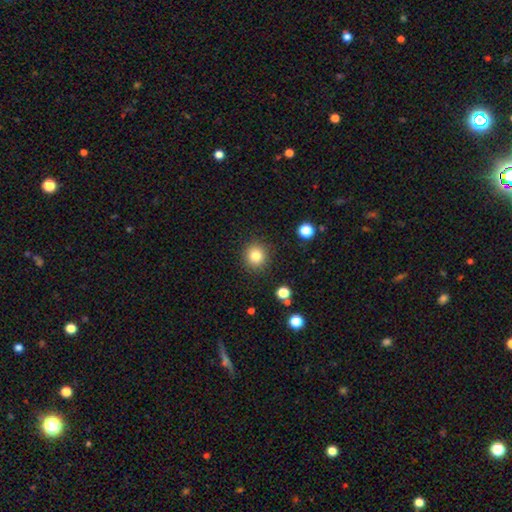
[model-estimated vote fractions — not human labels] Q: Smooth or featured?
A: smooth (82%); runner-up: star or artifact (11%)
Q: How rounded?
A: round (90%); runner-up: in between (9%)
Q: Merging?
A: none (89%); runner-up: minor disturbance (7%)